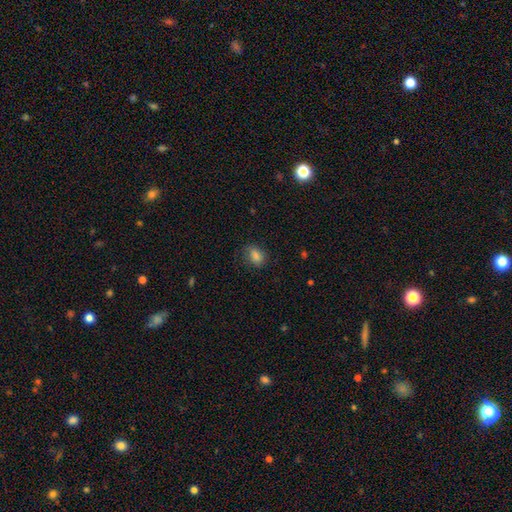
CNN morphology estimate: smooth-or-featured: smooth: 80% | star or artifact: 11% | featured or disk: 9%
  how-rounded: in between: 65% | round: 34% | cigar-shaped: 1%
  merging: none: 75% | minor disturbance: 18% | major disturbance: 6% | merger: 1%